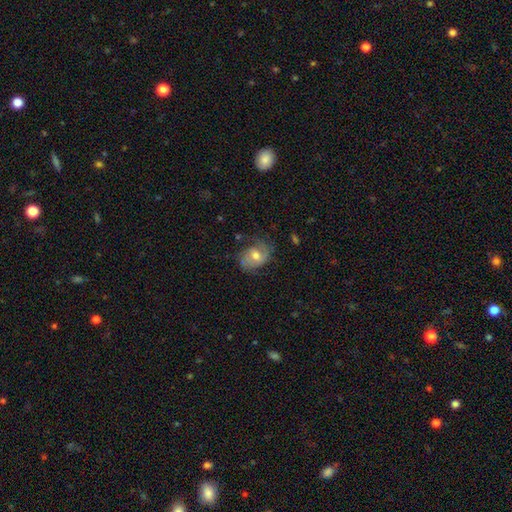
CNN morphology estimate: Smooth or featured?
  - featured or disk: 51% *
  - smooth: 40%
  - star or artifact: 8%
Edge-on disk?
  - no: 96% *
  - yes: 4%
Merging?
  - none: 59% *
  - minor disturbance: 26%
  - major disturbance: 13%
  - merger: 2%